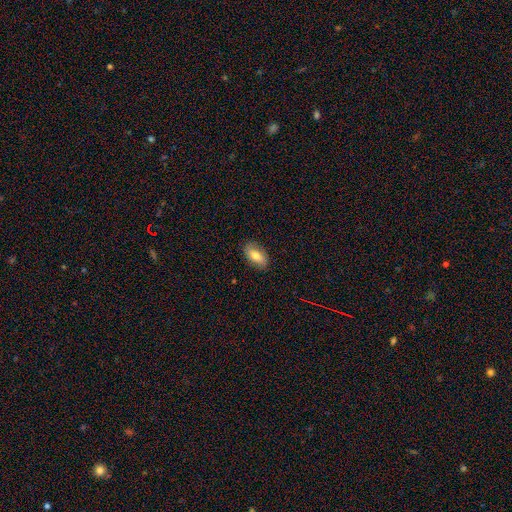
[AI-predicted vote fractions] Smooth or featured: smooth — 73% (featured or disk — 20%)
How rounded: in between — 91% (round — 5%)
Merging: none — 84% (minor disturbance — 12%)